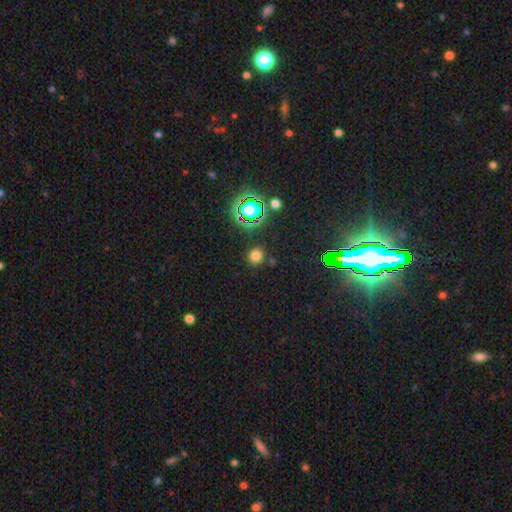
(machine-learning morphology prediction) smooth 72%, star or artifact 23%, featured or disk 5%. Down the decision tree: how rounded — round (88%); merging — none (86%).